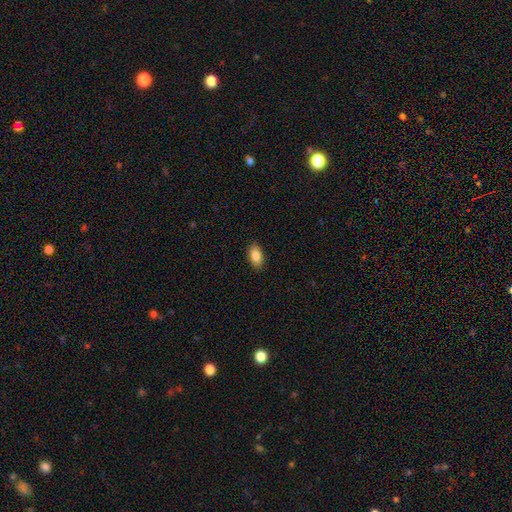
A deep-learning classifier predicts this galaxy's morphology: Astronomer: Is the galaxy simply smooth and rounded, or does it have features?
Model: smooth — 87%.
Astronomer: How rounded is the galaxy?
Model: in between — 92%.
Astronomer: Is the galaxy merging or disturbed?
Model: none — 89%.